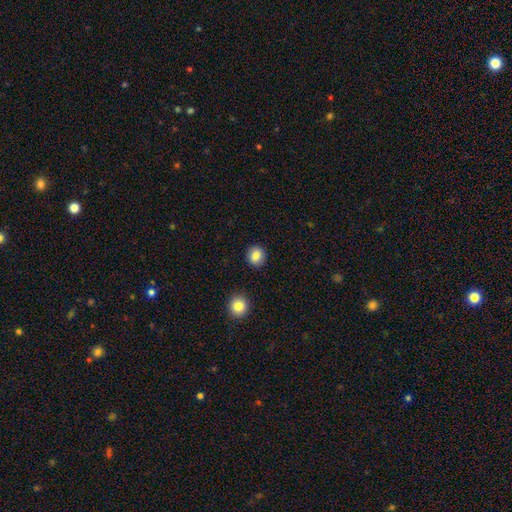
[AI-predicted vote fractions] This is clearly a smooth galaxy (85%). How rounded: clearly round (84%). Merging: clearly none (90%).